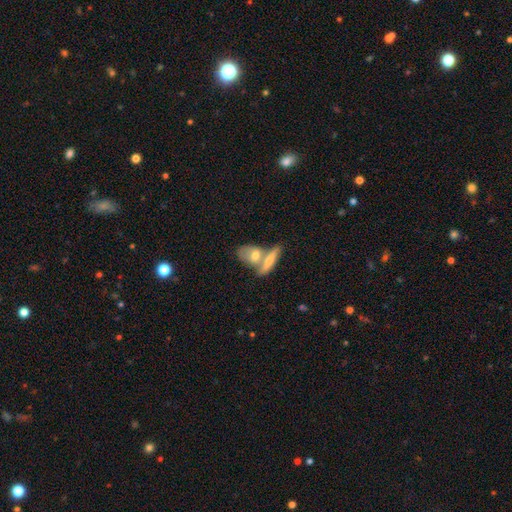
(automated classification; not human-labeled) A smooth galaxy with no disk features (52%) that is in between round and cigar-shaped (55%). Merging: merger (48%).